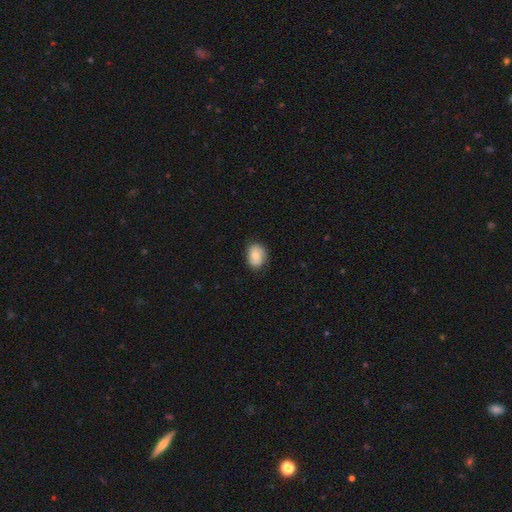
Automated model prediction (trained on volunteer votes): A smooth galaxy with no disk features (71%) that is in between round and cigar-shaped (64%).

Vote fractions:
- Smooth or featured? smooth: 71% / featured or disk: 21% / star or artifact: 8%
- How rounded? in between: 64% / round: 35% / cigar-shaped: 1%
- Merging? none: 75% / minor disturbance: 19% / major disturbance: 4% / merger: 1%